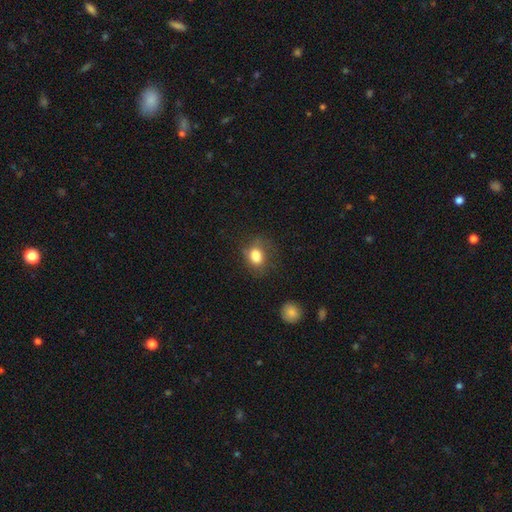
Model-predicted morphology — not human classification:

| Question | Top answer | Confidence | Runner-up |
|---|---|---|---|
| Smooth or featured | smooth | 82% | star or artifact (9%) |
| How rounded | in between | 59% | round (40%) |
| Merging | none | 57% | minor disturbance (26%) |